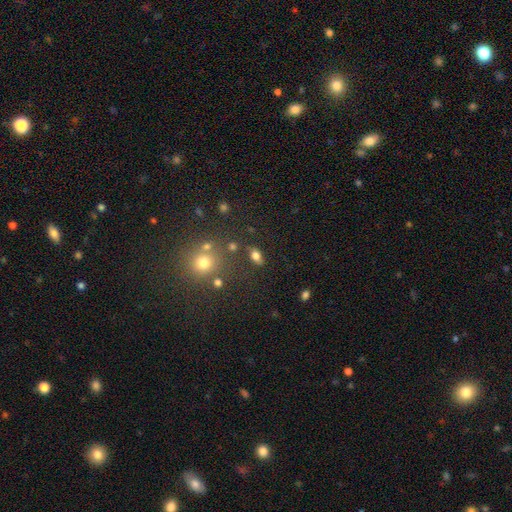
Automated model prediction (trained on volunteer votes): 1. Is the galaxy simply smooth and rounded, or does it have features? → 76% smooth, 13% star or artifact, 12% featured or disk.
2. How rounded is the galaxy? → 82% in between, 13% round, 5% cigar-shaped.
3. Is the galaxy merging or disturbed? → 78% none, 12% minor disturbance, 6% merger, 4% major disturbance.